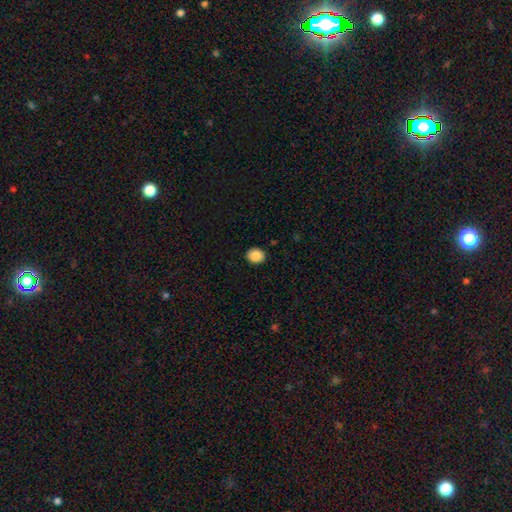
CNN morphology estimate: smooth 86%, star or artifact 9%, featured or disk 5%. Down the decision tree: how rounded — round (66%); merging — none (91%).